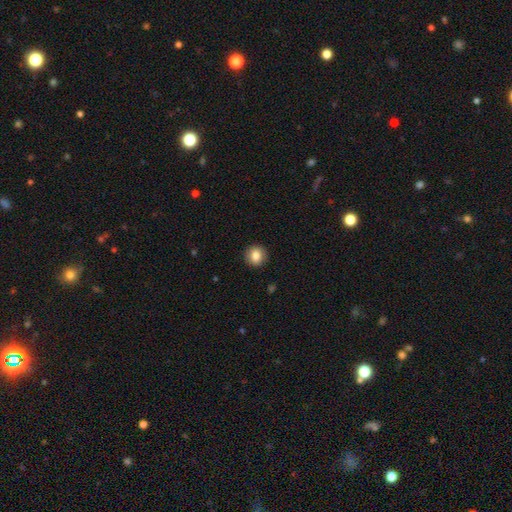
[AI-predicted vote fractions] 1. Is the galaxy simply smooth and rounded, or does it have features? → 84% smooth, 9% star or artifact, 8% featured or disk.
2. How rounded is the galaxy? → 90% round, 9% in between, 1% cigar-shaped.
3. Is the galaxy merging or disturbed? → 91% none, 6% minor disturbance, 2% major disturbance, 1% merger.